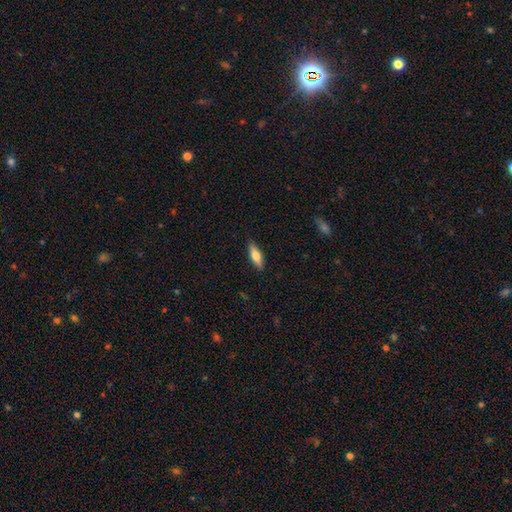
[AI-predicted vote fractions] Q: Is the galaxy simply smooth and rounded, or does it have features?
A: smooth — 66%.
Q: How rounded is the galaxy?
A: in between — 50%.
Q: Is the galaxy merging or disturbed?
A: none — 88%.